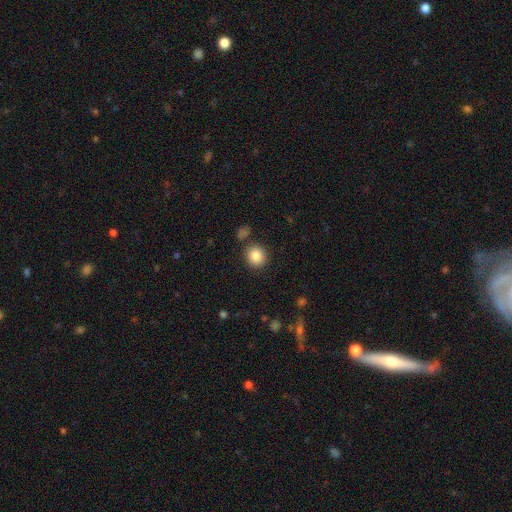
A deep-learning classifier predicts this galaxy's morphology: The model was most divided on "how rounded": round: 86%, in between: 13%, cigar-shaped: 1%. More confident: merging — none (86%); smooth or featured — smooth (85%).